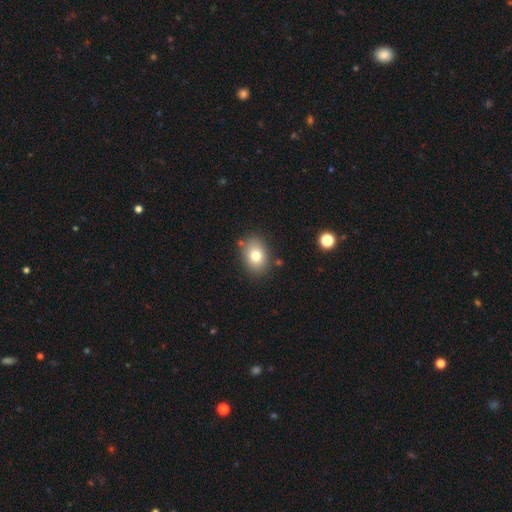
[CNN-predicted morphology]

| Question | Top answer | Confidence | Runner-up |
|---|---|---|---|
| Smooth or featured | smooth | 78% | featured or disk (12%) |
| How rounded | in between | 74% | round (25%) |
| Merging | none | 82% | minor disturbance (11%) |